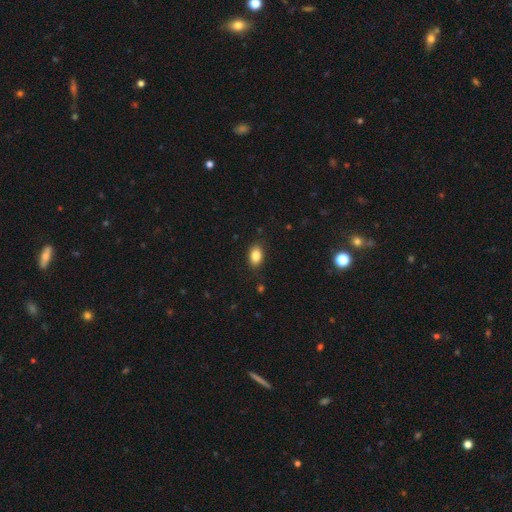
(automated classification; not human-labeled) A smooth galaxy with no disk features (86%) that is in between round and cigar-shaped (85%). Merging: none (84%).